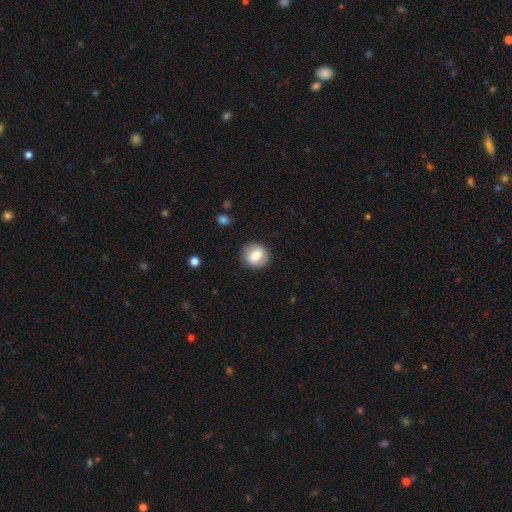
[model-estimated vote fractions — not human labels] Smooth or featured? Predicted: smooth (p=0.70). How rounded? Predicted: round (p=0.80). Merging? Predicted: none (p=0.85).